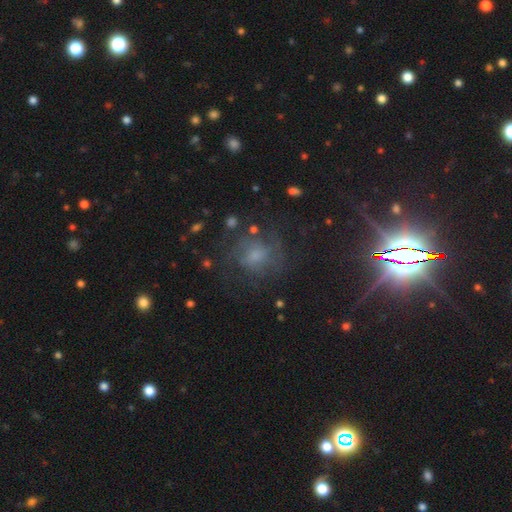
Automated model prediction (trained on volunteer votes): Smooth or featured: featured or disk — 48% (smooth — 32%)
Merging: none — 62% (minor disturbance — 18%)